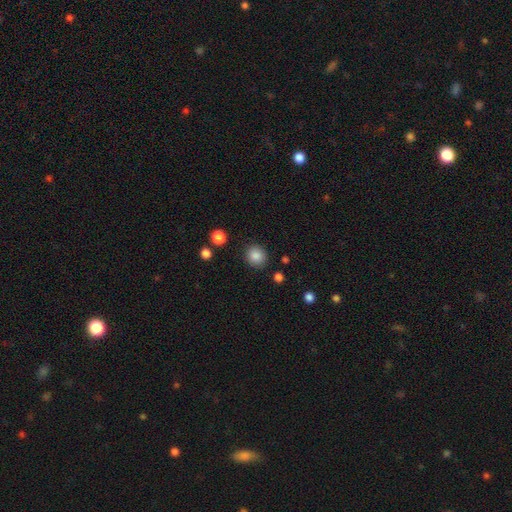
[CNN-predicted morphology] Smooth or featured? Predicted: smooth (p=0.86). How rounded? Predicted: round (p=0.88). Merging? Predicted: none (p=0.88).